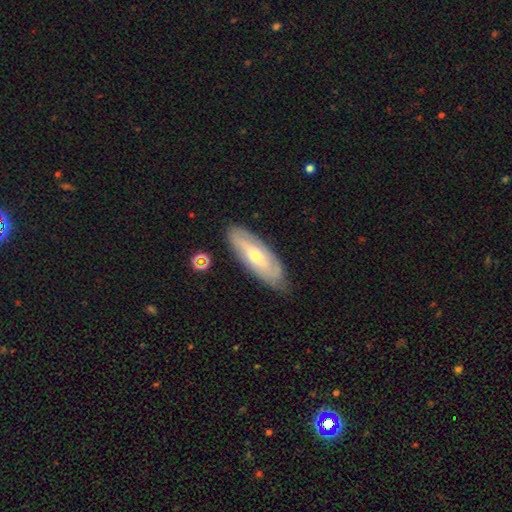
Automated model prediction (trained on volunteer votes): featured or disk 50%, smooth 44%, star or artifact 6%. Down the decision tree: merging — none (78%).